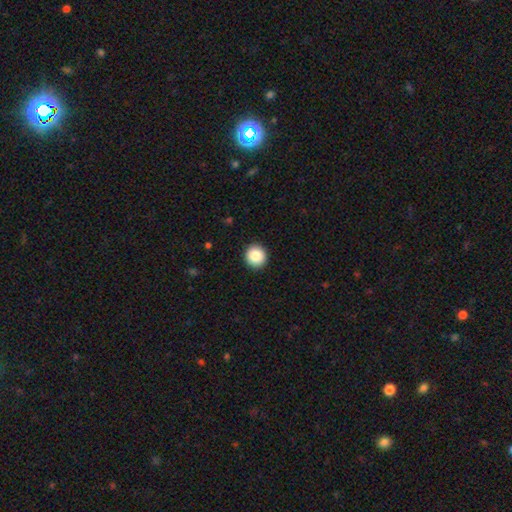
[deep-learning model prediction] Smooth or featured? Predicted: smooth (p=0.87). How rounded? Predicted: round (p=0.93). Merging? Predicted: none (p=0.93).